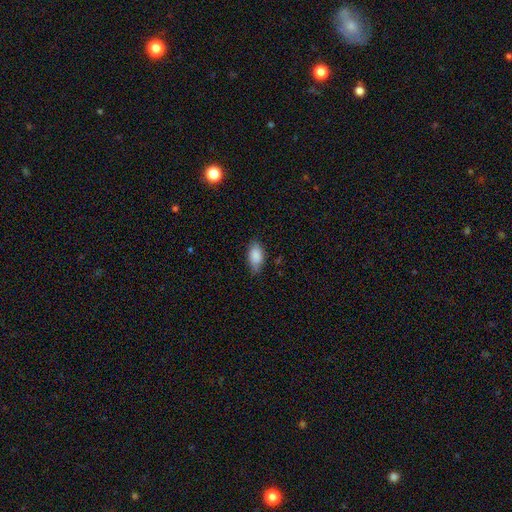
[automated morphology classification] A smooth galaxy with no disk features (86%) that is in between round and cigar-shaped (91%). Merging: none (68%).